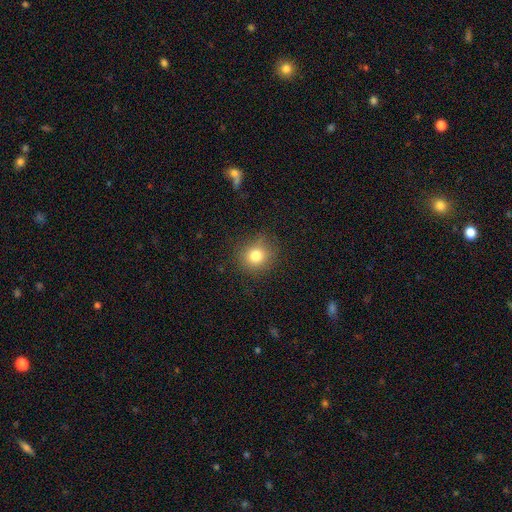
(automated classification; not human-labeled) The model was most divided on "smooth or featured": smooth: 79%, star or artifact: 13%, featured or disk: 8%. More confident: how rounded — round (87%); merging — none (84%).